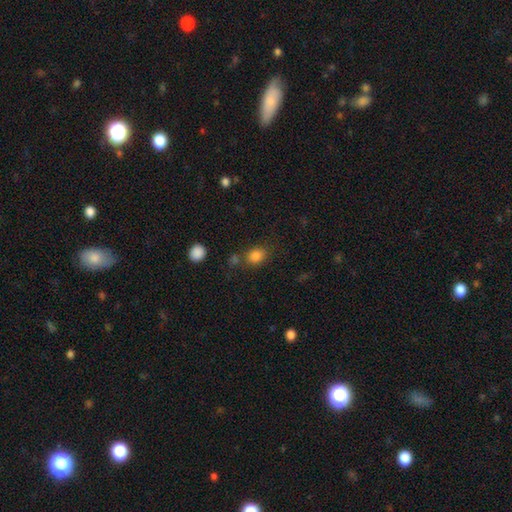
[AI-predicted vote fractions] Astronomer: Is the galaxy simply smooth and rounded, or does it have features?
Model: smooth — 83%.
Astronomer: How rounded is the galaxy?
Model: round — 54% (runner-up: in between, 45%).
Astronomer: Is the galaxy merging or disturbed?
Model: none — 70%.